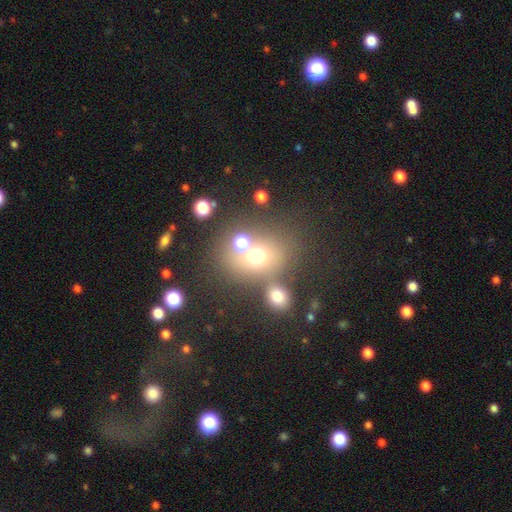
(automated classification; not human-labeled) smooth_or_featured: smooth (p=0.64) [alt: star or artifact p=0.21]
how_rounded: round (p=0.65) [alt: in between p=0.34]
merging: none (p=0.53) [alt: merger p=0.29]